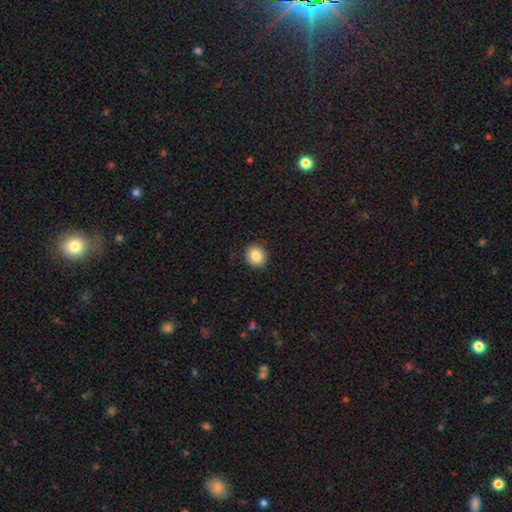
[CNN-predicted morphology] A smooth galaxy with no disk features (84%) that is round (84%).

Vote fractions:
- Smooth or featured? smooth: 84% / star or artifact: 9% / featured or disk: 7%
- How rounded? round: 84% / in between: 15% / cigar-shaped: 1%
- Merging? none: 90% / minor disturbance: 7% / major disturbance: 2% / merger: 1%